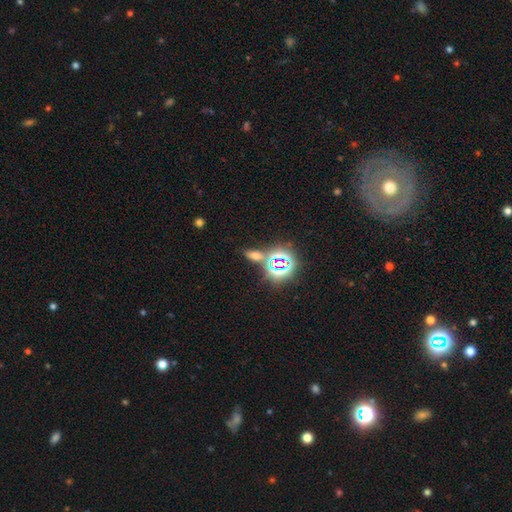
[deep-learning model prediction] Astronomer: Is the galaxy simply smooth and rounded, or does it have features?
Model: smooth — 49% (runner-up: star or artifact, 39%).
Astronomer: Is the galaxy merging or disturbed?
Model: none — 73%.